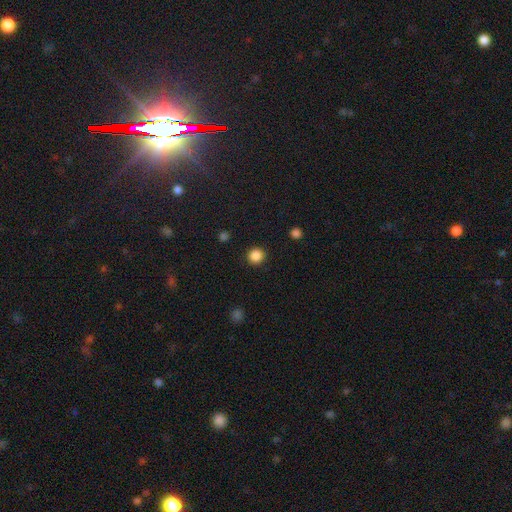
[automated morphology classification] A smooth galaxy with no disk features (86%) that is round (93%).

Vote fractions:
- Smooth or featured? smooth: 86% / star or artifact: 11% / featured or disk: 3%
- How rounded? round: 93% / in between: 6% / cigar-shaped: 1%
- Merging? none: 91% / minor disturbance: 5% / major disturbance: 2% / merger: 1%